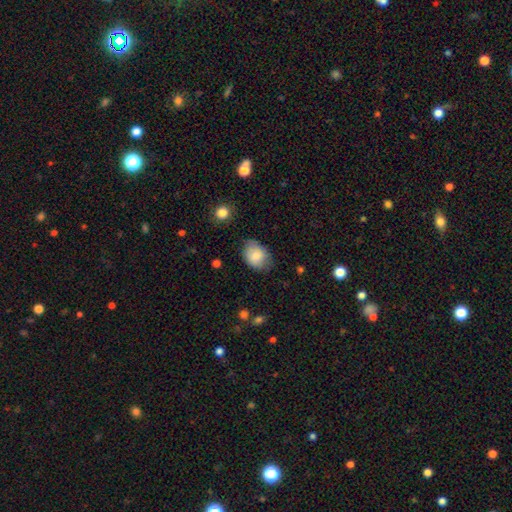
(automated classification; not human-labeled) Morphology: type=smooth (82%); roundness=in between (71%); merging=none (68%).